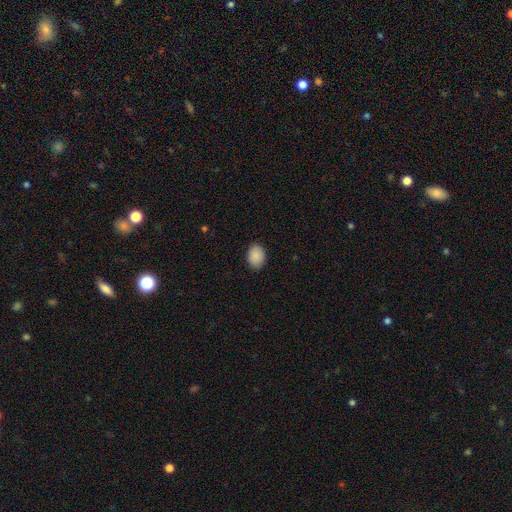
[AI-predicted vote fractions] Morphology: type=smooth (90%); roundness=in between (72%); merging=none (88%).